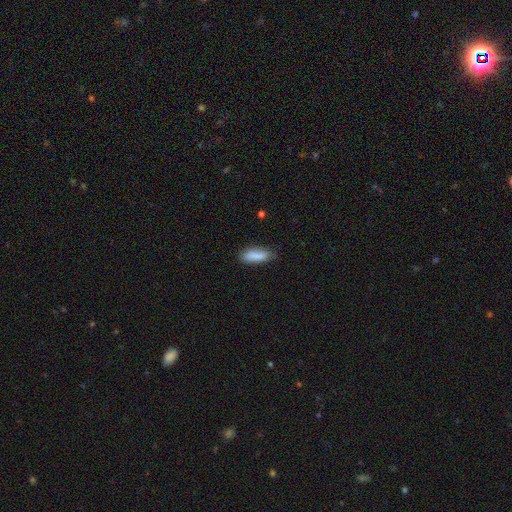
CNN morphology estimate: Smooth or featured? Predicted: smooth (p=0.88). How rounded? Predicted: in between (p=0.66). Merging? Predicted: none (p=0.78).